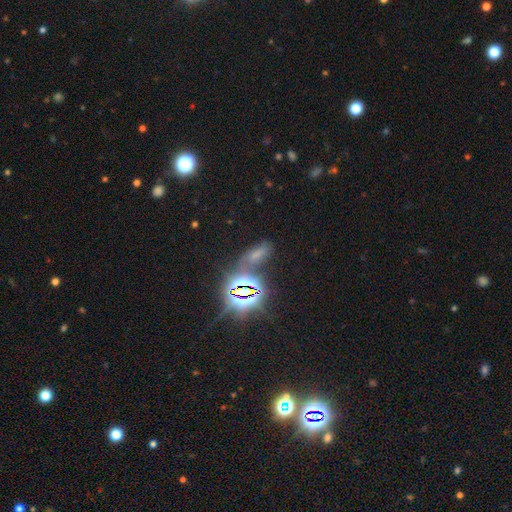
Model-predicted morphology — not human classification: A star or artifact, not a galaxy (50%).